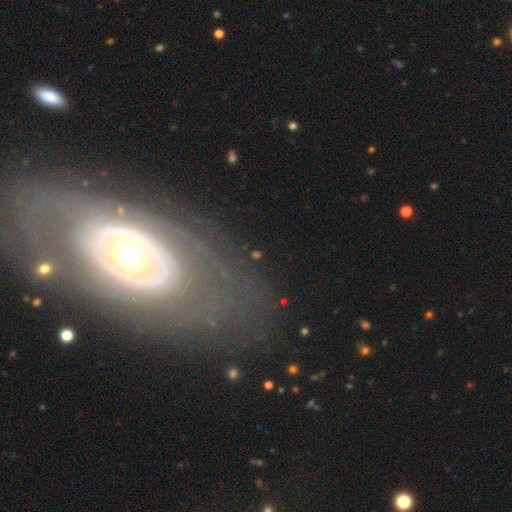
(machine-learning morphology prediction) featured or disk 60%, star or artifact 20%, smooth 19%. Down the decision tree: edge-on disk — no (88%); bar — no (45%); spiral arms — yes (67%); bulge size — moderate (45%); merging — none (65%).